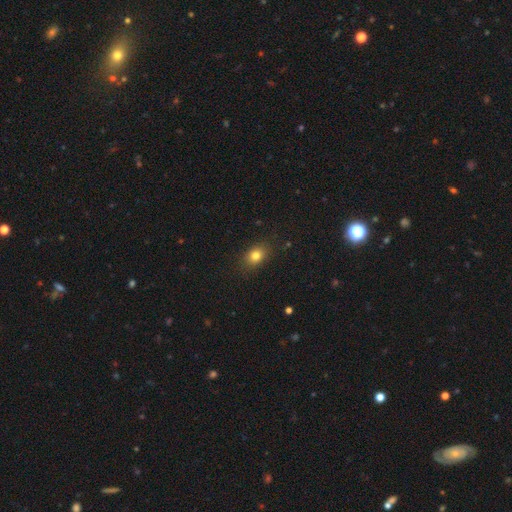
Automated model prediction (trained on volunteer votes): A smooth galaxy with no disk features (79%) that is in between round and cigar-shaped (64%).

Vote fractions:
- Smooth or featured? smooth: 79% / star or artifact: 12% / featured or disk: 8%
- How rounded? in between: 64% / round: 35% / cigar-shaped: 2%
- Merging? none: 86% / minor disturbance: 10% / major disturbance: 3% / merger: 1%